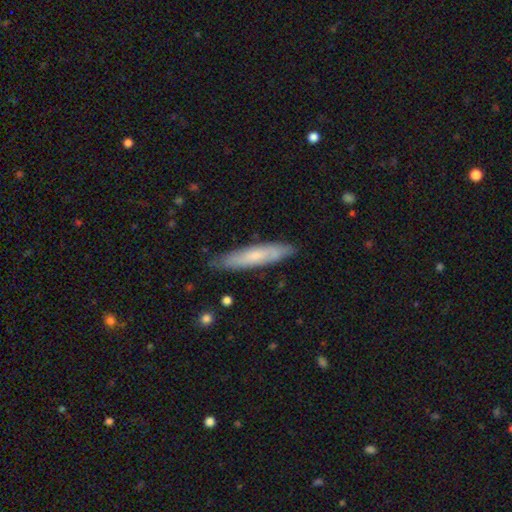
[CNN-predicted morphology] This is possibly a smooth galaxy (58%). How rounded: clearly cigar-shaped (85%). Merging: clearly none (82%).